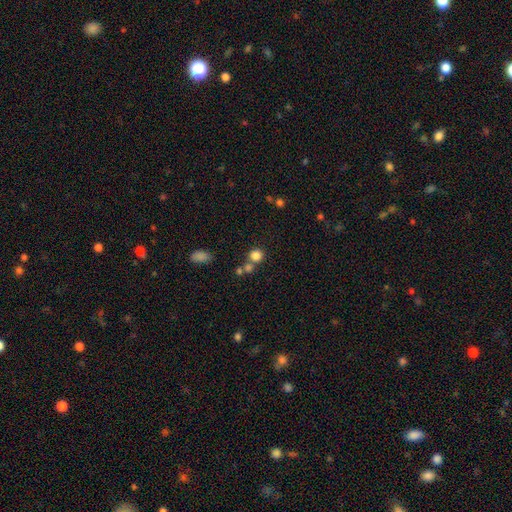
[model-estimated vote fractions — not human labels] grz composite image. It shows a smooth galaxy with no disk features (81%) that is round (88%). Merging: none (61%).